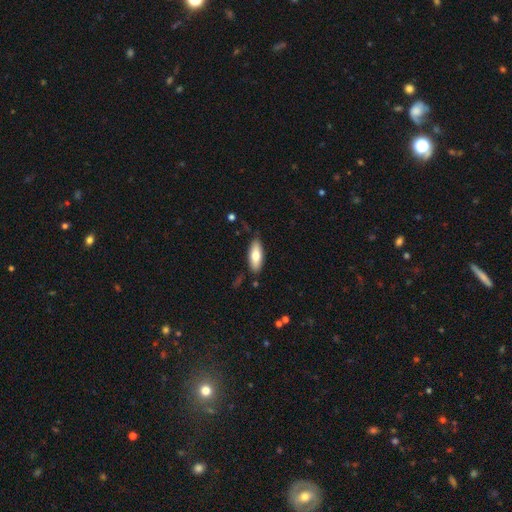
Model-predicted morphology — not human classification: type=smooth (75%); roundness=in between (75%); merging=none (83%).